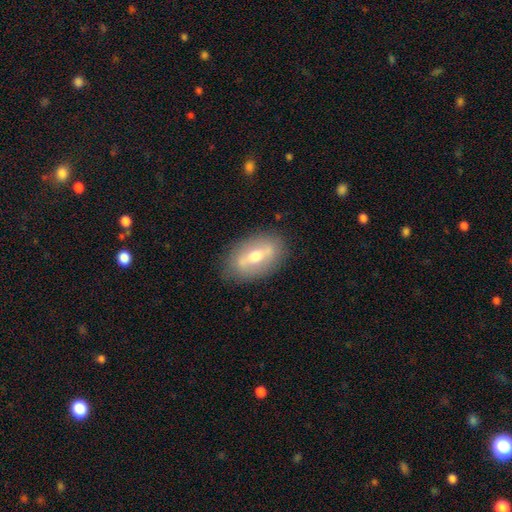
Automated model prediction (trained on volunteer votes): featured or disk 55%, smooth 38%, star or artifact 7%. Down the decision tree: edge-on disk — no (76%); merging — none (80%).